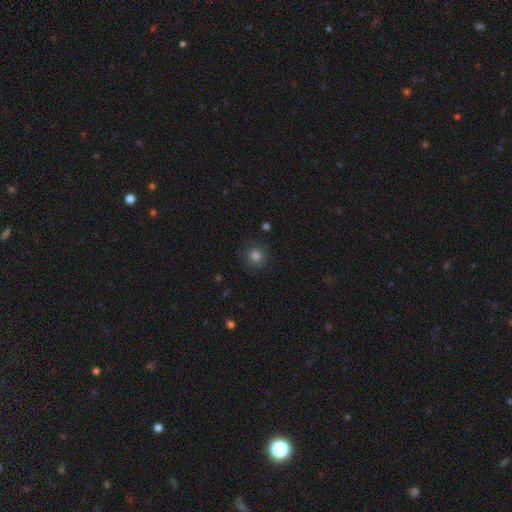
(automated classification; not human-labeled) This appears to be a smooth galaxy with no disk features (79%) that is round (94%). Merging: none (87%).